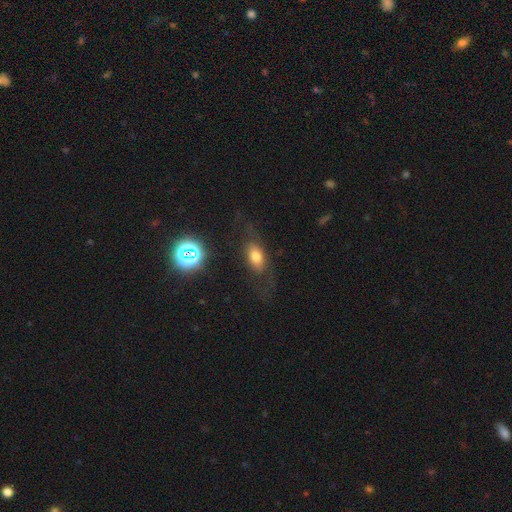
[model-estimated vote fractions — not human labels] Morphology: type=smooth (59%); roundness=in between (81%); merging=none (64%).